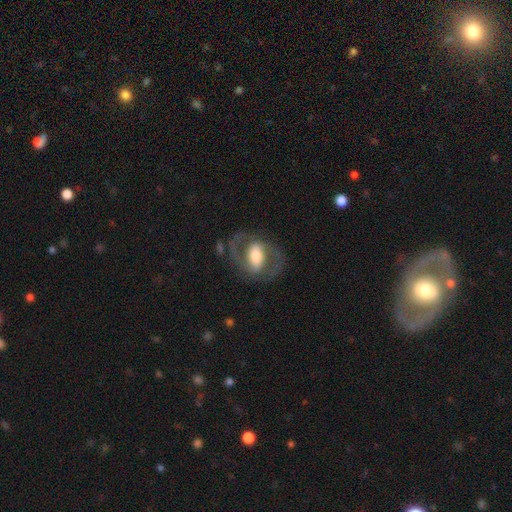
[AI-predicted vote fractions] Overall: featured or disk (81%). Edge-on disk: no (96%). Bar: strong (47%; weak 35%). Spiral arms: yes (88%). Spiral arm count: 2 (90%). Spiral winding: medium (57%; loose 23%). Bulge size: moderate (56%; large 24%). Merging: none (73%).